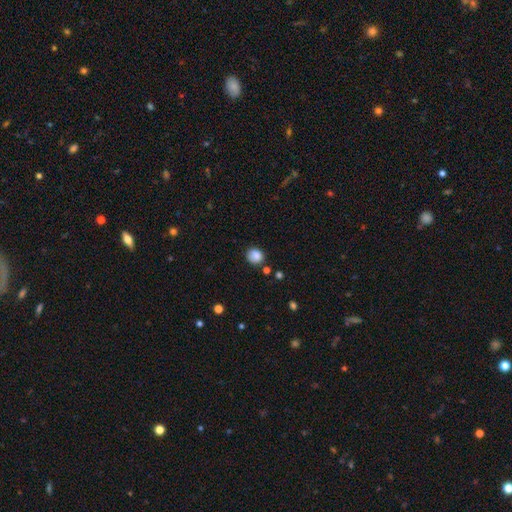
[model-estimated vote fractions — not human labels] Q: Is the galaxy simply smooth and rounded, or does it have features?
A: smooth — 85%.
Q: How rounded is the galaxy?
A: round — 84%.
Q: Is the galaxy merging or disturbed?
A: none — 78%.